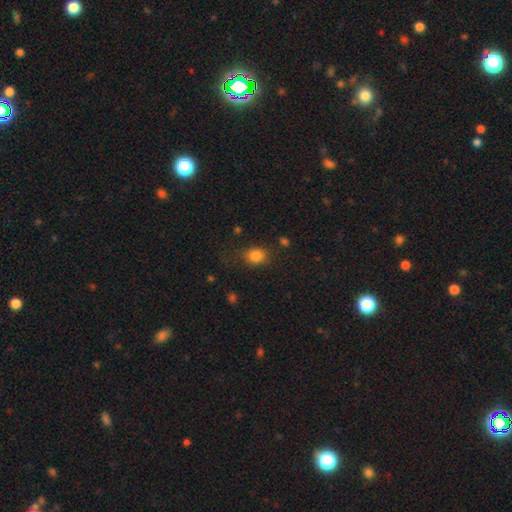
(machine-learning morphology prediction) Smooth or featured? Predicted: smooth (p=0.82). How rounded? Predicted: round (p=0.53). Merging? Predicted: none (p=0.76).